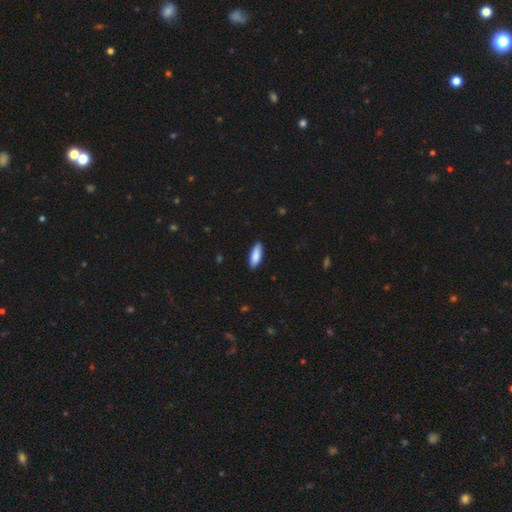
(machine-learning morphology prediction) This is clearly a smooth galaxy (87%). How rounded: likely in between (67%). Merging: clearly none (88%).